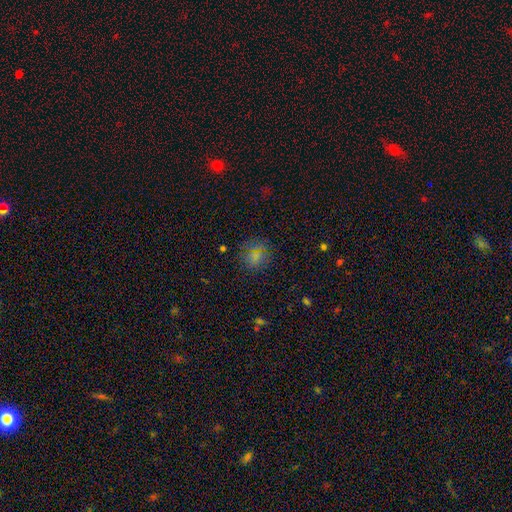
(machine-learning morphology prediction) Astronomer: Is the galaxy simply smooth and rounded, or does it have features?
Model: smooth — 65%.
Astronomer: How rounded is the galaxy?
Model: round — 84%.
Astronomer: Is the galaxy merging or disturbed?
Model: none — 84%.